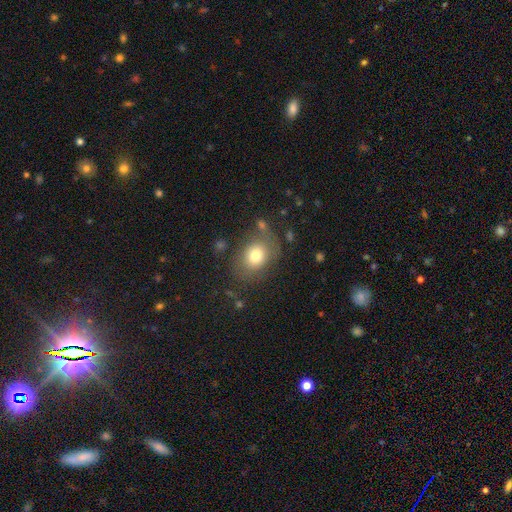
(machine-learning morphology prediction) This is likely a smooth galaxy (76%). How rounded: possibly in between (55%). Merging: likely none (67%).